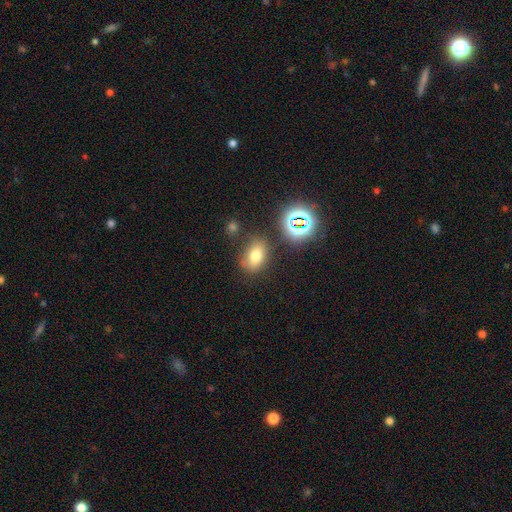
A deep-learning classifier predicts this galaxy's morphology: This is likely a smooth galaxy (70%). How rounded: likely in between (76%). Merging: likely none (71%).